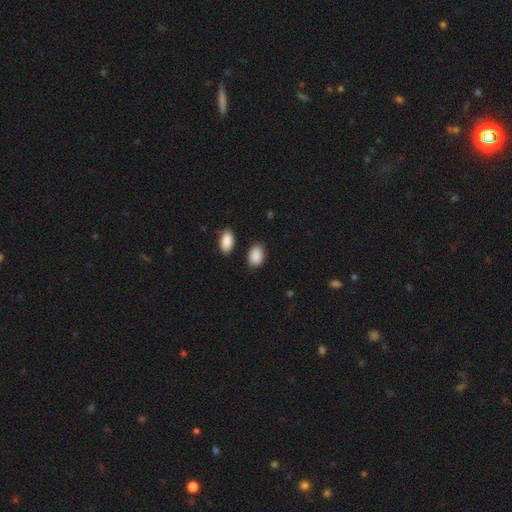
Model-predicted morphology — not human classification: smooth-or-featured: smooth: 90% | star or artifact: 6% | featured or disk: 3%
  how-rounded: in between: 87% | round: 12% | cigar-shaped: 1%
  merging: none: 81% | minor disturbance: 12% | merger: 4% | major disturbance: 3%